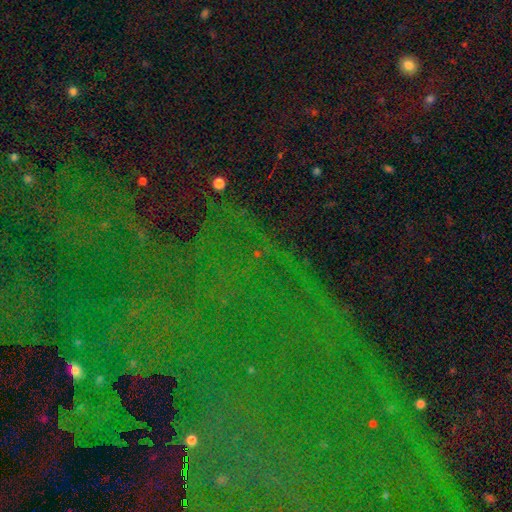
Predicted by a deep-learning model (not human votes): A star or artifact, not a galaxy (84%).

Vote fractions:
- Smooth or featured? star or artifact: 84% / featured or disk: 8% / smooth: 8%